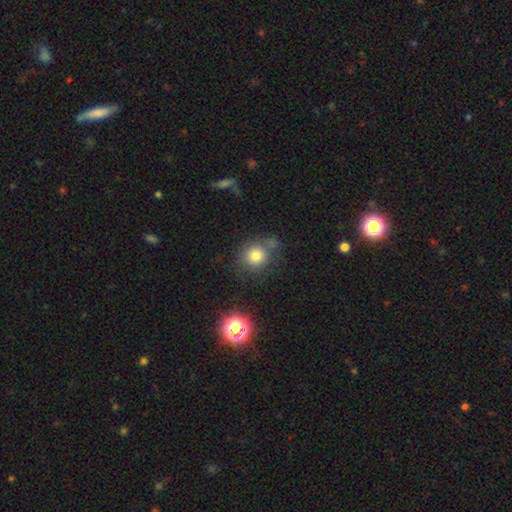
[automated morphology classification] This is likely a smooth galaxy (78%). How rounded: clearly round (83%). Merging: likely none (66%).